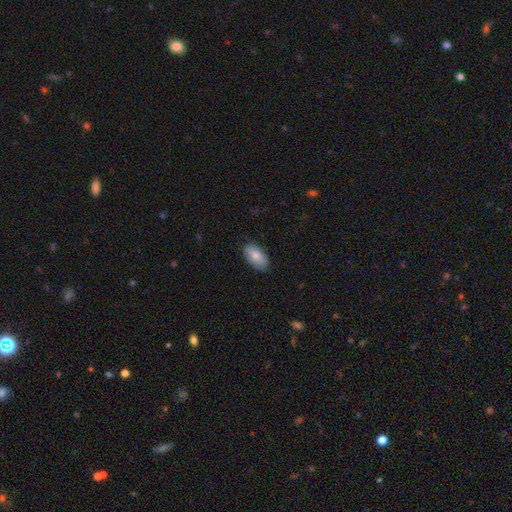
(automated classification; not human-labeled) Smooth or featured? smooth (81%)
How rounded? in between (94%)
Merging? none (84%)